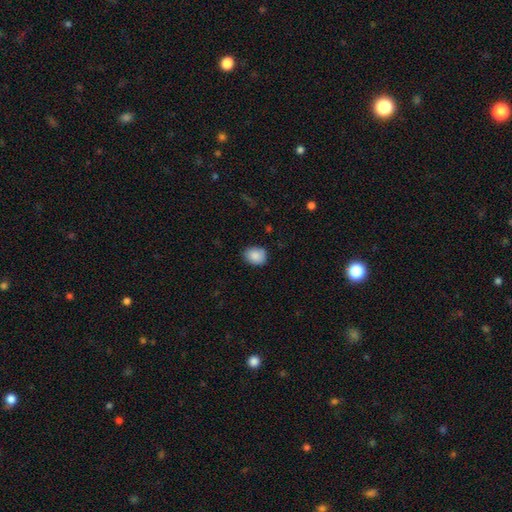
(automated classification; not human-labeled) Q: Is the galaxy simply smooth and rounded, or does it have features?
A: smooth — 88%.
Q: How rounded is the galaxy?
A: round — 51%.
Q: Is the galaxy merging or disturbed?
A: none — 80%.